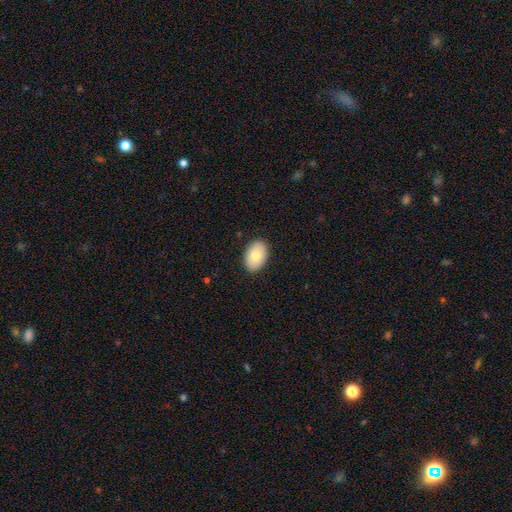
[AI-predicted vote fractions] Smooth or featured: smooth — 79% (featured or disk — 14%)
How rounded: in between — 88% (round — 11%)
Merging: none — 89% (minor disturbance — 8%)